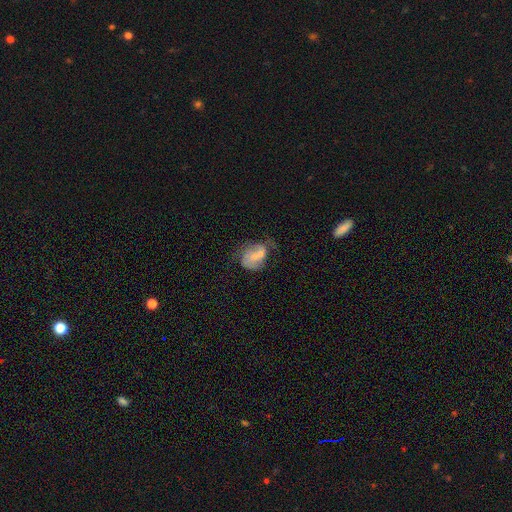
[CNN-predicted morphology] Overall: featured or disk (52%; smooth 40%). Edge-on disk: no (98%). Bar: no (67%). Spiral arms: yes (66%; no 34%). Bulge size: small (51%; moderate 30%). Merging: none (30%; merger 29%).